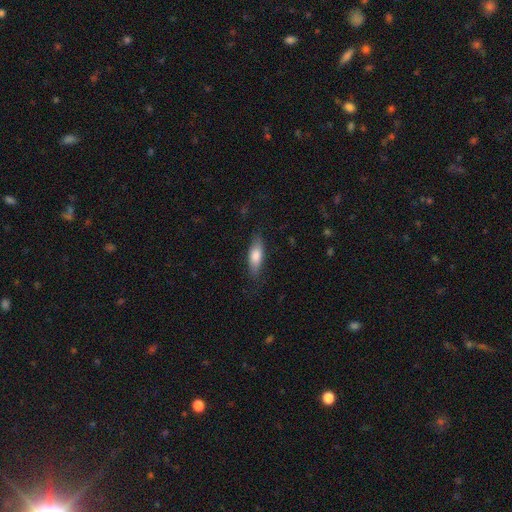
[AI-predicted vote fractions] Morphology: type=smooth (76%); roundness=in between (62%); merging=none (79%).